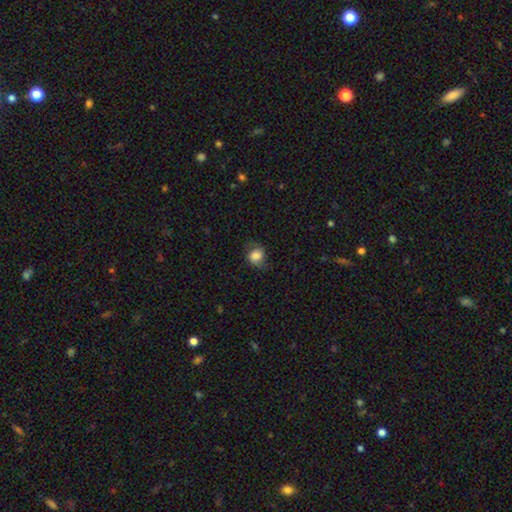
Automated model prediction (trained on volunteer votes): This is likely a smooth galaxy (76%). How rounded: likely round (61%). Merging: likely none (64%).